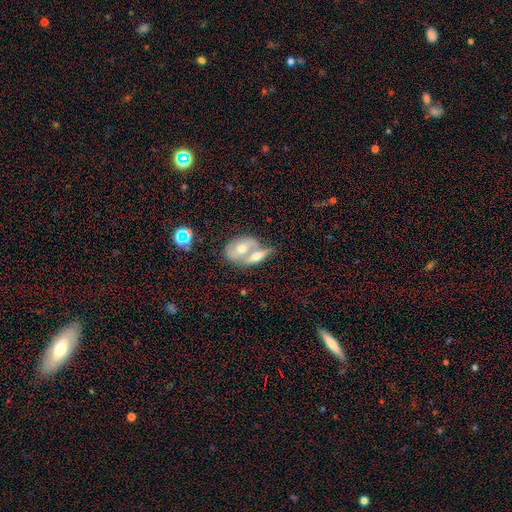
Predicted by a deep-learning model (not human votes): Smooth or featured? featured or disk (46%, tied with smooth)
Merging? merger (63%)